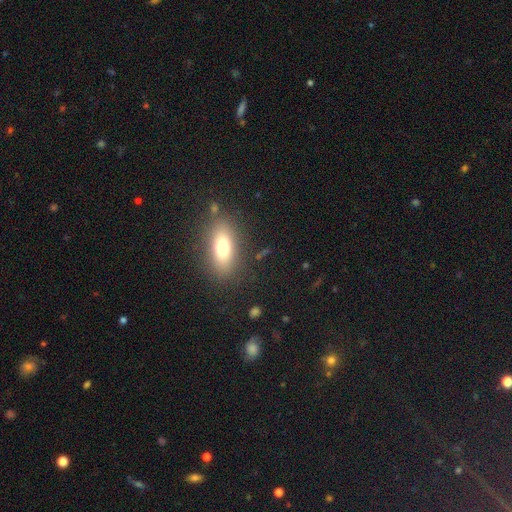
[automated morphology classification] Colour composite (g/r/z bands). It shows a smooth galaxy with no disk features (66%) that is in between round and cigar-shaped (78%). Merging: none (84%).